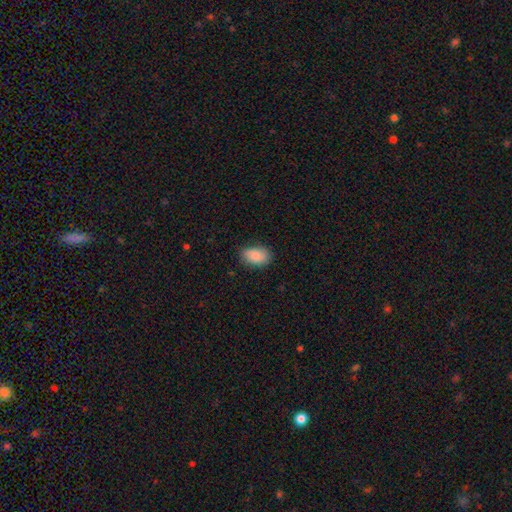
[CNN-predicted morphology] Smooth or featured? smooth (86%)
How rounded? in between (89%)
Merging? none (79%)